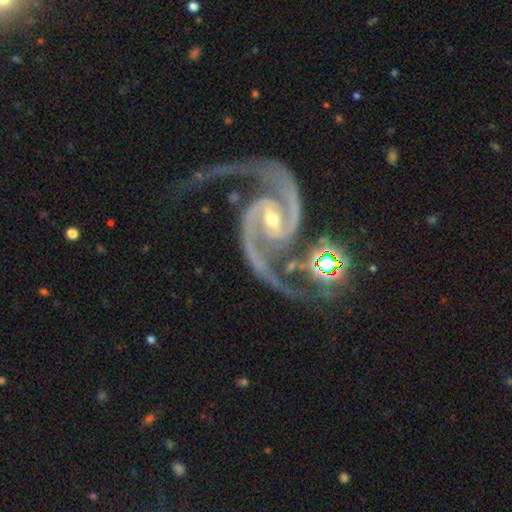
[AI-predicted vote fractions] Morphology: type=featured or disk (94%); edge-on=no (98%); bar=weak (38%); spiral arms=yes (99%); winding=medium (63%); arm count=2 (94%); bulge=small (60%); merging=none (58%).